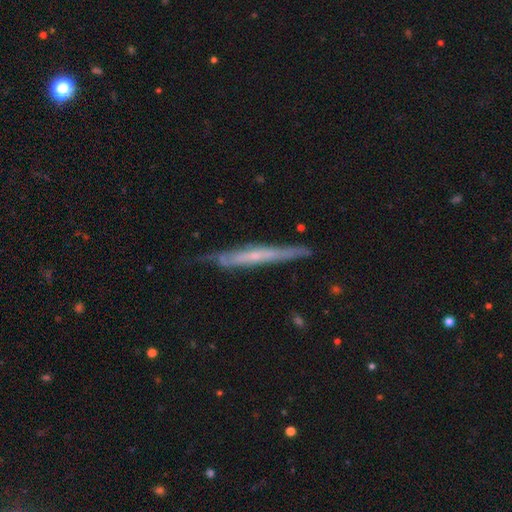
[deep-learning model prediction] Smooth or featured?
  - featured or disk: 64% *
  - smooth: 29%
  - star or artifact: 7%
Edge-on disk?
  - yes: 85% *
  - no: 15%
Edge-on bulge?
  - none: 63% *
  - rounded: 31%
  - boxy: 6%
Merging?
  - none: 67% *
  - minor disturbance: 26%
  - major disturbance: 5%
  - merger: 2%